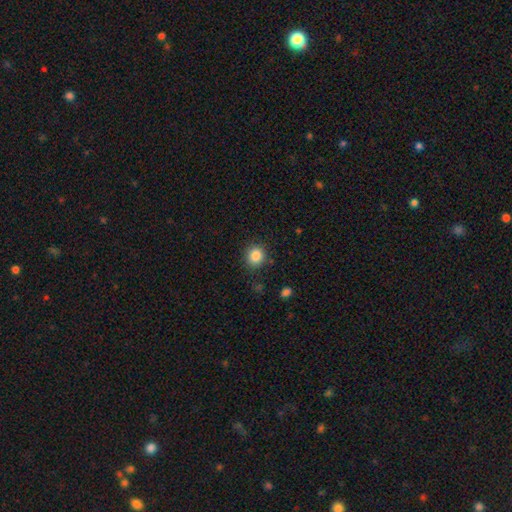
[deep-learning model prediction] Overall: smooth (85%). How rounded: round (85%). Merging: none (87%).